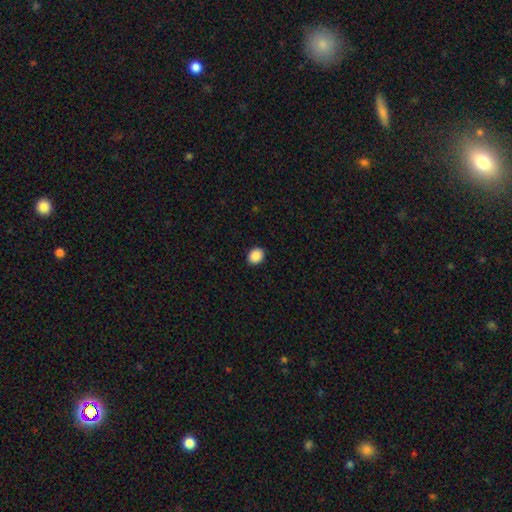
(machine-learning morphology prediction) smooth 89%, star or artifact 8%, featured or disk 3%. Down the decision tree: how rounded — round (60%); merging — none (92%).